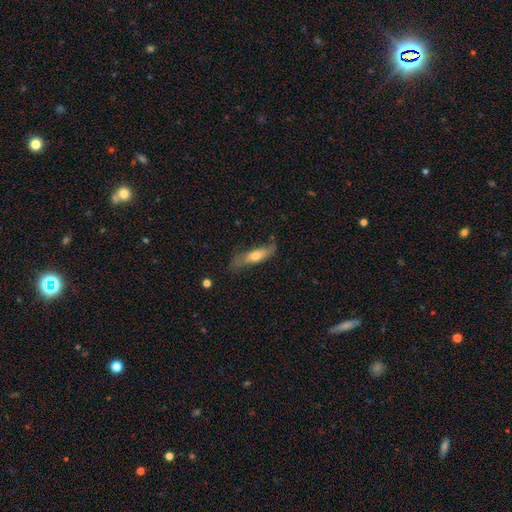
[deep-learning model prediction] Smooth or featured?
  - smooth: 58% *
  - featured or disk: 36%
  - star or artifact: 6%
How rounded?
  - cigar-shaped: 57% *
  - in between: 41%
  - round: 2%
Merging?
  - none: 64% *
  - minor disturbance: 25%
  - major disturbance: 8%
  - merger: 2%